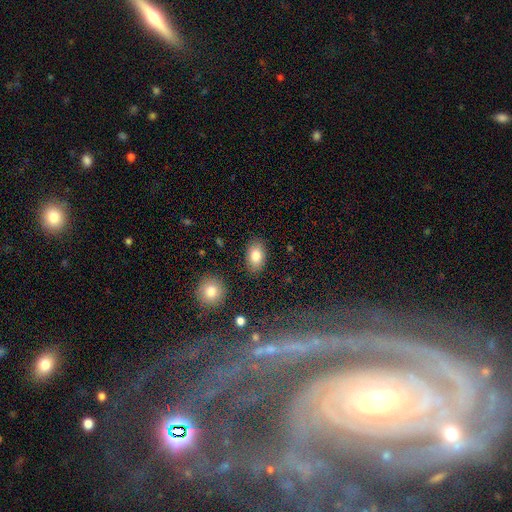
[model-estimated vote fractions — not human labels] Smooth or featured: smooth — 81% (featured or disk — 11%)
How rounded: in between — 86% (round — 13%)
Merging: none — 86% (minor disturbance — 10%)